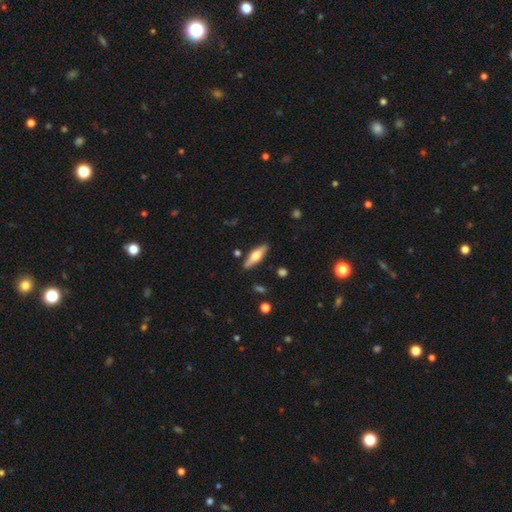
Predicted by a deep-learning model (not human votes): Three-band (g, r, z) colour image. It shows a featured or disk galaxy (53%) viewed edge-on (93%). Merging: none (87%).